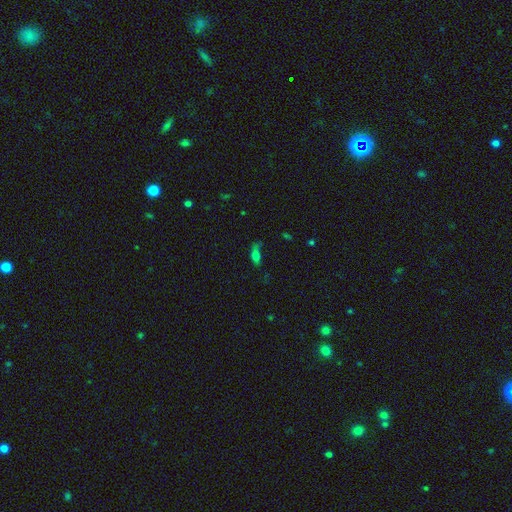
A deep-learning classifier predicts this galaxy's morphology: A smooth galaxy with no disk features (65%) that is in between round and cigar-shaped (74%). Merging: none (43%).